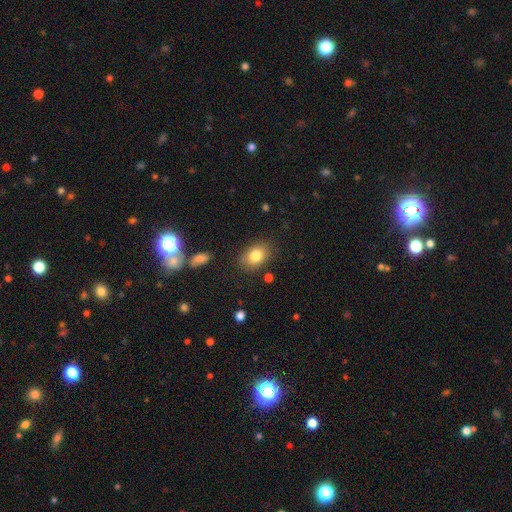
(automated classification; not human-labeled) Smooth or featured?
  - smooth: 82% *
  - star or artifact: 9%
  - featured or disk: 9%
How rounded?
  - in between: 74% *
  - round: 25%
  - cigar-shaped: 1%
Merging?
  - none: 81% *
  - minor disturbance: 13%
  - major disturbance: 4%
  - merger: 2%